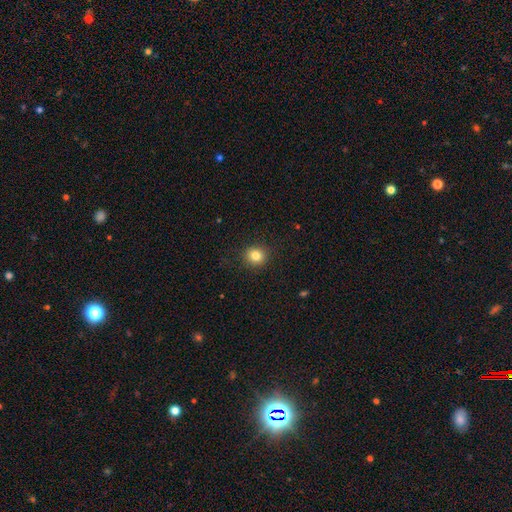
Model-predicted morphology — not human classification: Smooth or featured? smooth (82%)
How rounded? round (88%)
Merging? none (91%)